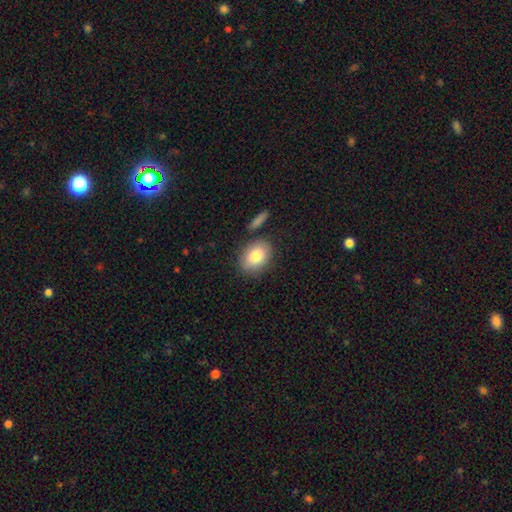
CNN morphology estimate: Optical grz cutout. It shows a smooth galaxy with no disk features (82%) that is in between round and cigar-shaped (76%). Merging: none (78%).